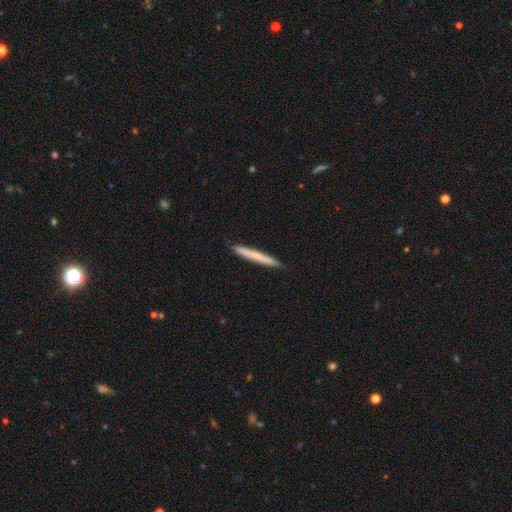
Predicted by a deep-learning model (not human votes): Smooth or featured? smooth (64%)
How rounded? cigar-shaped (97%)
Merging? none (90%)